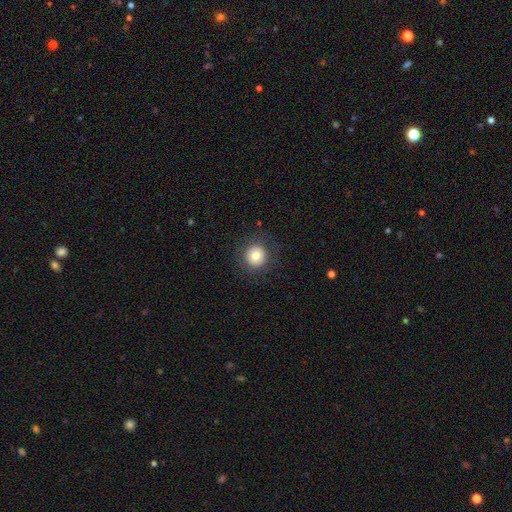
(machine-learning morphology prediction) smooth_or_featured: smooth (p=0.77) [alt: featured or disk p=0.12]
how_rounded: round (p=0.92) [alt: in between p=0.07]
merging: none (p=0.88) [alt: minor disturbance p=0.07]